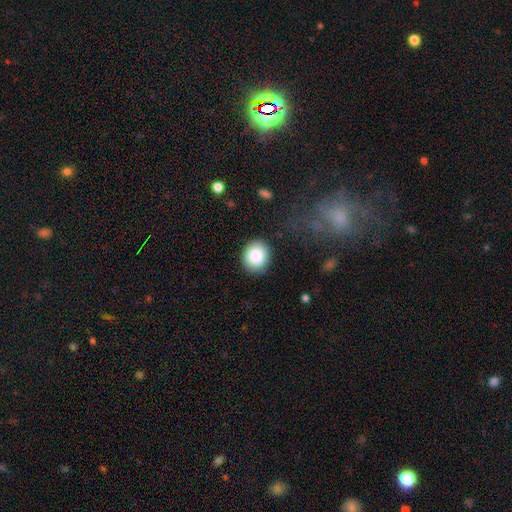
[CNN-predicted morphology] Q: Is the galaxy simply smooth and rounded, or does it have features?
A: smooth — 86%.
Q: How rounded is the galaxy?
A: round — 81%.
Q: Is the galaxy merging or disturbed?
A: none — 86%.